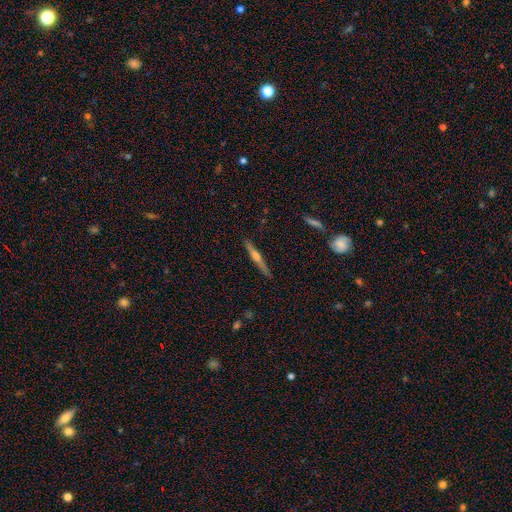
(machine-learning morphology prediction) Smooth or featured? Predicted: featured or disk (p=0.65). Edge-on disk? Predicted: yes (p=0.98). Edge-on bulge? Predicted: rounded (p=0.80). Merging? Predicted: none (p=0.89).